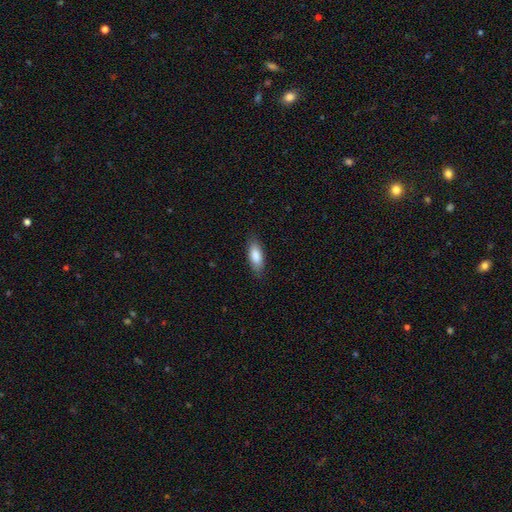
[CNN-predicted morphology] type=smooth (85%); roundness=in between (73%); merging=none (85%).